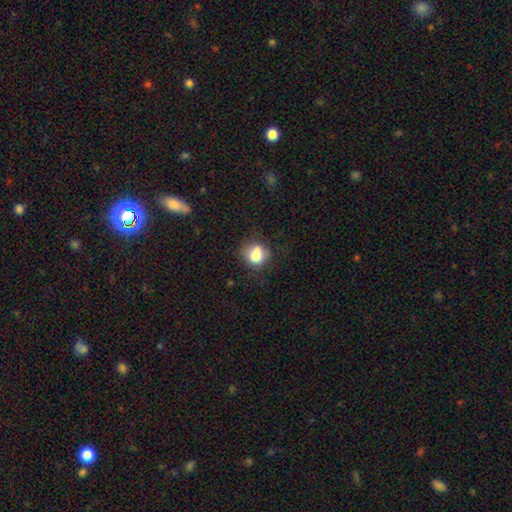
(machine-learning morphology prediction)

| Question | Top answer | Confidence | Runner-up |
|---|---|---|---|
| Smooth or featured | smooth | 77% | featured or disk (12%) |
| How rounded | round | 78% | in between (22%) |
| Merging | none | 58% | minor disturbance (22%) |